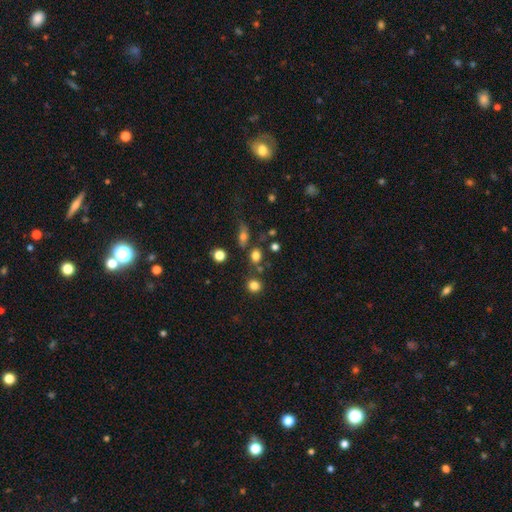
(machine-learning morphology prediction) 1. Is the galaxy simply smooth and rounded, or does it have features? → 74% smooth, 16% star or artifact, 9% featured or disk.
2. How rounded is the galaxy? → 62% round, 35% in between, 3% cigar-shaped.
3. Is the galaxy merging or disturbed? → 63% none, 18% merger, 12% minor disturbance, 6% major disturbance.